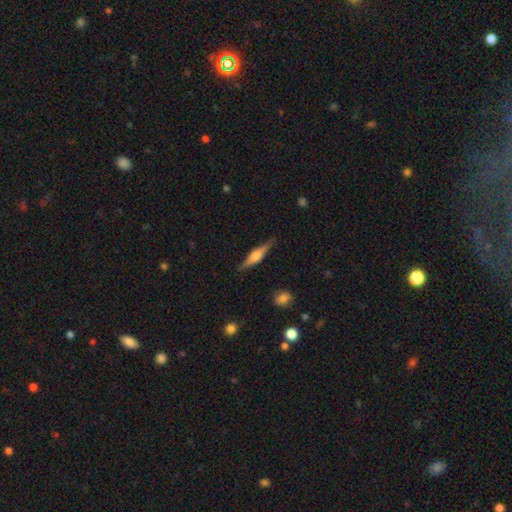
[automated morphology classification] type=featured or disk (70%); edge-on=yes (97%); edge-on bulge=rounded (79%); merging=none (87%).